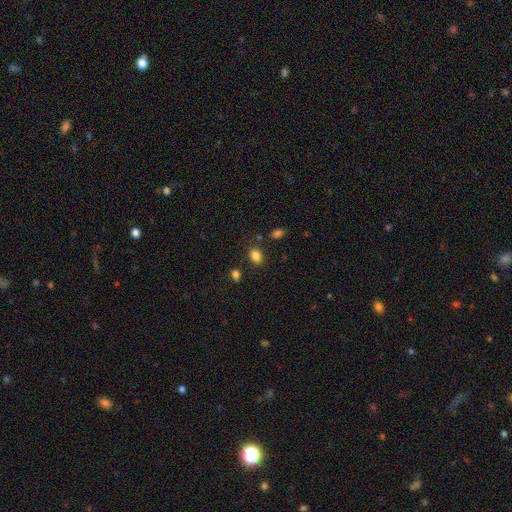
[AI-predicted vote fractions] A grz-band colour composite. It shows a smooth galaxy with no disk features (84%) that is in between round and cigar-shaped (66%). Merging: none (80%).